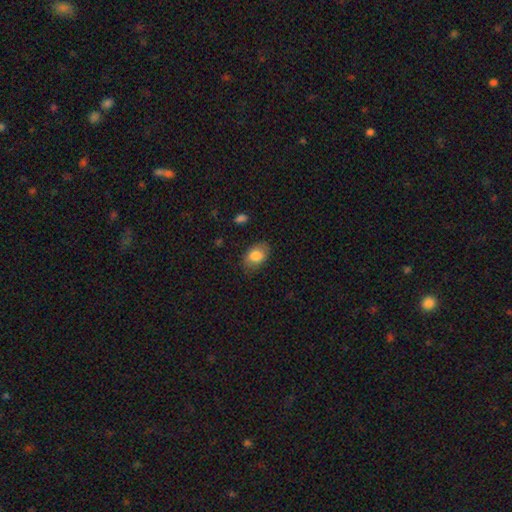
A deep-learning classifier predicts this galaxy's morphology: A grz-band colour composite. It shows a smooth galaxy with no disk features (82%) that is in between round and cigar-shaped (85%). Merging: none (77%).